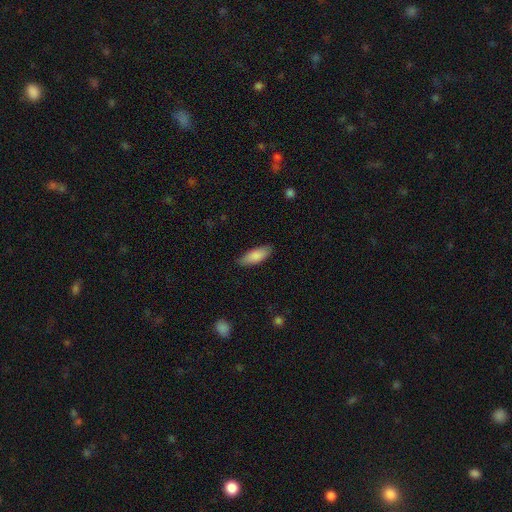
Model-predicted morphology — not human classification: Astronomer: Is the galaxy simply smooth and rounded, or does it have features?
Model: smooth — 86%.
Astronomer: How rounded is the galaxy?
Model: in between — 72%.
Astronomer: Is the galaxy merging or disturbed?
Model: none — 85%.